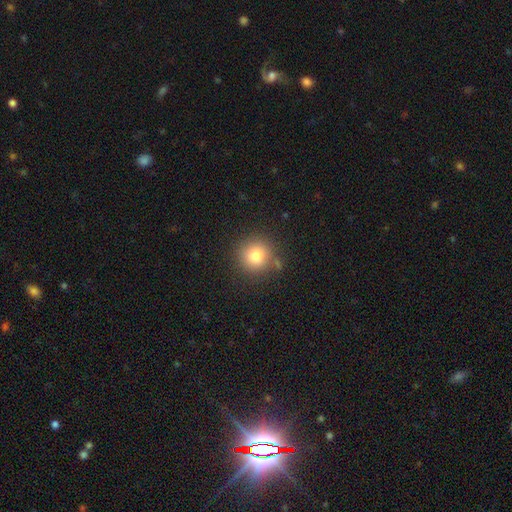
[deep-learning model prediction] A smooth galaxy with no disk features (80%) that is round (93%). Merging: none (82%).